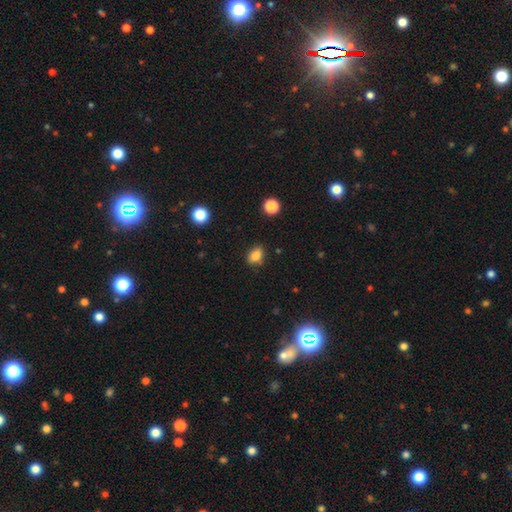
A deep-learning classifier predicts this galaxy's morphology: Smooth or featured? Predicted: smooth (p=0.83). How rounded? Predicted: in between (p=0.73). Merging? Predicted: none (p=0.80).